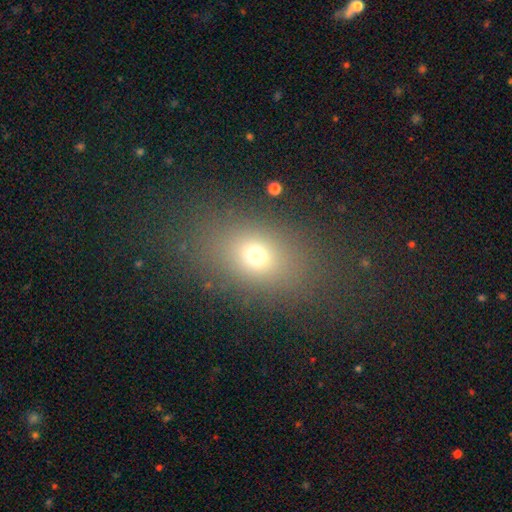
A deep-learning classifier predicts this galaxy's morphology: Overall: smooth (68%). How rounded: in between (67%; round 31%). Merging: none (80%).